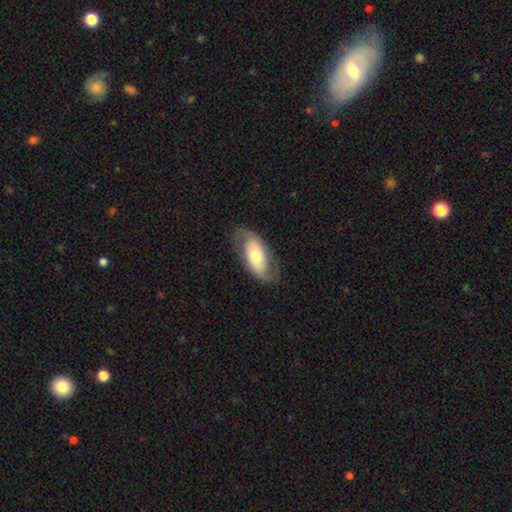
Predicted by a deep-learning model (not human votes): Morphology: type=featured or disk (59%); edge-on=no (90%); bar=no (65%); spiral arms=yes (75%); bulge=moderate (66%); merging=none (72%).